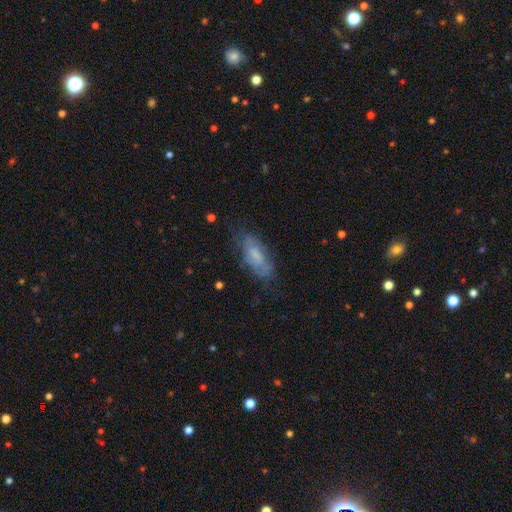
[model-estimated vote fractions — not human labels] A smooth galaxy with no disk features (54%) that is in between round and cigar-shaped (73%). Merging: none (59%).